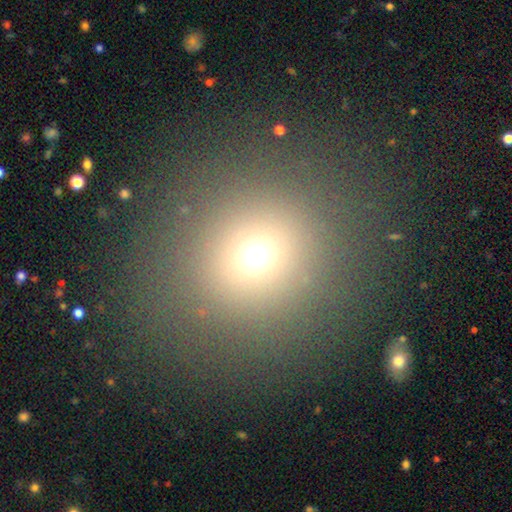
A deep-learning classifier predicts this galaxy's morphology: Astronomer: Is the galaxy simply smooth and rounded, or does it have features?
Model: smooth — 67%.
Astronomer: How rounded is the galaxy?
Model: round — 90%.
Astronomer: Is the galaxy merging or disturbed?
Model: none — 86%.